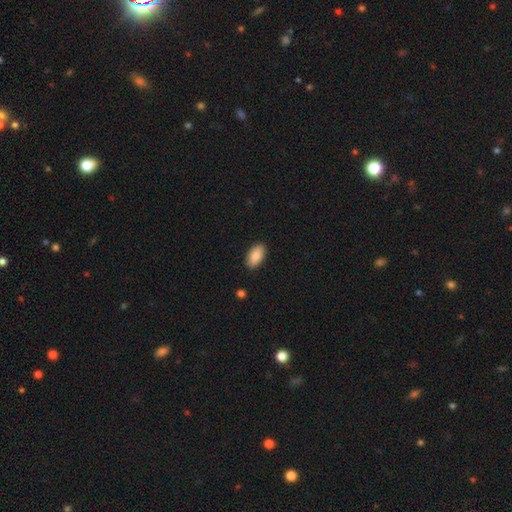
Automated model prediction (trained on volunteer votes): Q: Smooth or featured?
A: smooth (86%); runner-up: featured or disk (8%)
Q: How rounded?
A: in between (94%); runner-up: round (3%)
Q: Merging?
A: none (89%); runner-up: minor disturbance (8%)